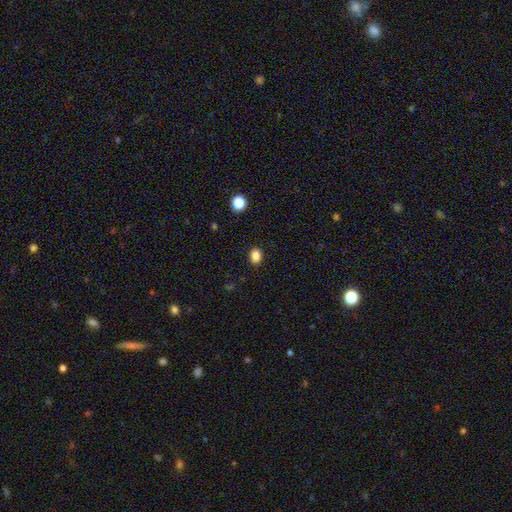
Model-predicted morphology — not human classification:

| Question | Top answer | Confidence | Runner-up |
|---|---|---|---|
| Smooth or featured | smooth | 85% | star or artifact (11%) |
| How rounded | in between | 65% | round (34%) |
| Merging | none | 89% | minor disturbance (8%) |